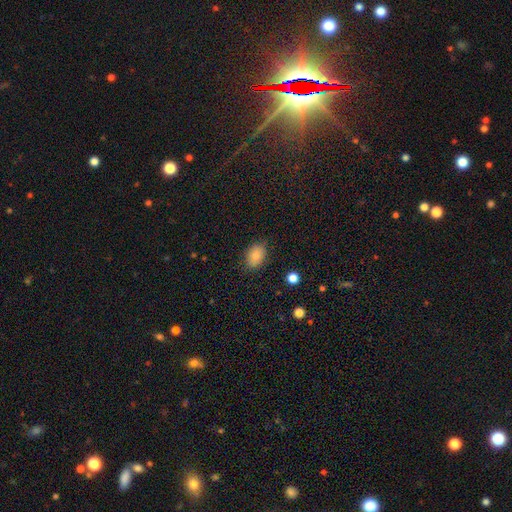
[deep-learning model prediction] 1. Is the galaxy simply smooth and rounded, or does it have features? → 83% smooth, 9% star or artifact, 8% featured or disk.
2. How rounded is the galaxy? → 80% in between, 19% round, 1% cigar-shaped.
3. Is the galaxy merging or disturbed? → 82% none, 13% minor disturbance, 3% major disturbance, 1% merger.